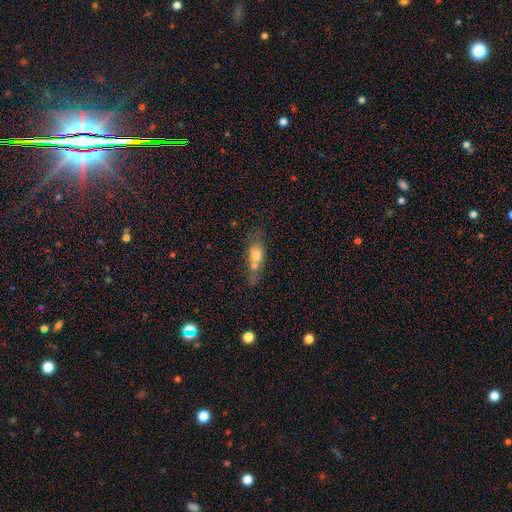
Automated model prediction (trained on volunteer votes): Smooth or featured: smooth — 62% (featured or disk — 28%)
How rounded: in between — 58% (cigar-shaped — 24%)
Merging: none — 39% (tied with merger — 39%)